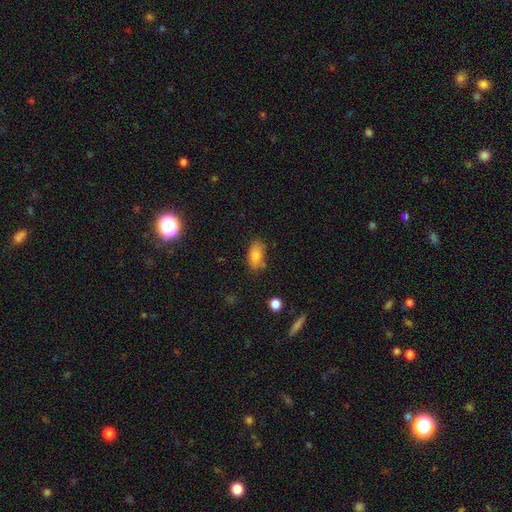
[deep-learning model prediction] smooth_or_featured: smooth (p=0.82) [alt: featured or disk p=0.10]
how_rounded: in between (p=0.90) [alt: round p=0.06]
merging: none (p=0.72) [alt: minor disturbance p=0.20]